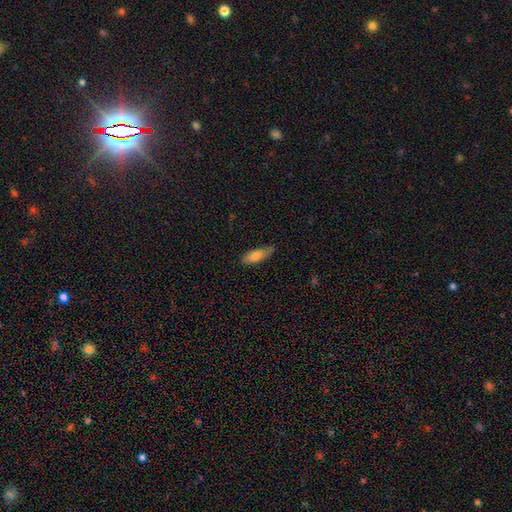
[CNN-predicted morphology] Overall: smooth (79%). How rounded: in between (62%; cigar-shaped 36%). Merging: none (73%).